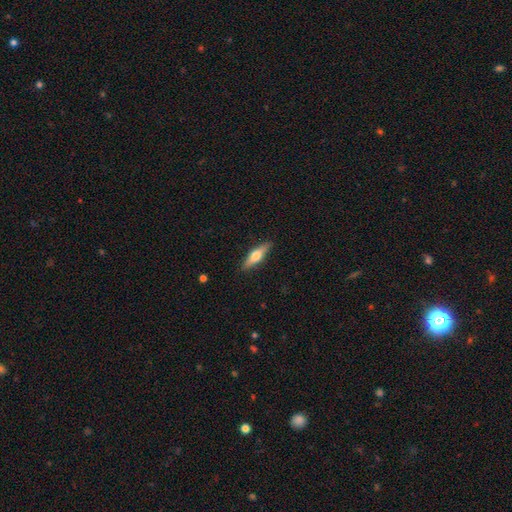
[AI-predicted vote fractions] Smooth or featured?
  - smooth: 48% *
  - featured or disk: 47%
  - star or artifact: 6%
Merging?
  - none: 89% *
  - minor disturbance: 8%
  - major disturbance: 2%
  - merger: 1%